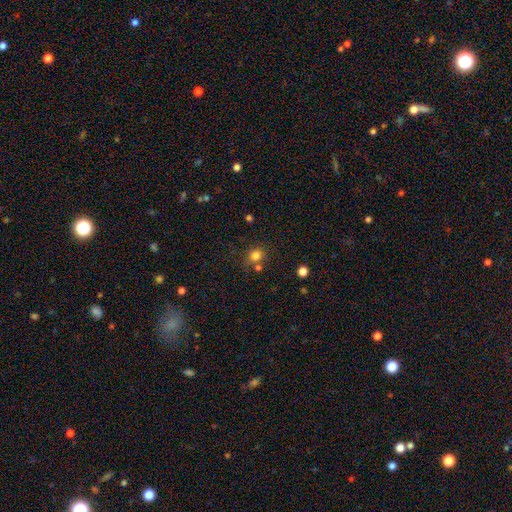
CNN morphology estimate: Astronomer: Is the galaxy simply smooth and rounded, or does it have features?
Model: smooth — 80%.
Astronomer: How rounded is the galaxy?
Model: round — 75%.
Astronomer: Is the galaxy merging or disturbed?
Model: none — 68%.